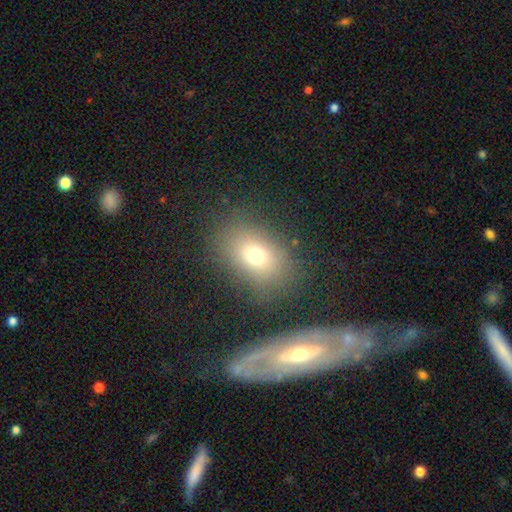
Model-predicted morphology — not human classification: Smooth or featured? Predicted: smooth (p=0.71). How rounded? Predicted: in between (p=0.67). Merging? Predicted: none (p=0.77).